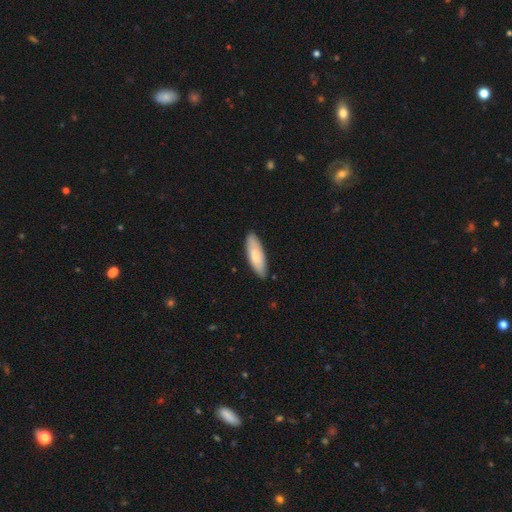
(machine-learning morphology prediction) Q: Smooth or featured?
A: smooth (76%); runner-up: featured or disk (19%)
Q: How rounded?
A: in between (58%); runner-up: cigar-shaped (41%)
Q: Merging?
A: none (83%); runner-up: minor disturbance (14%)